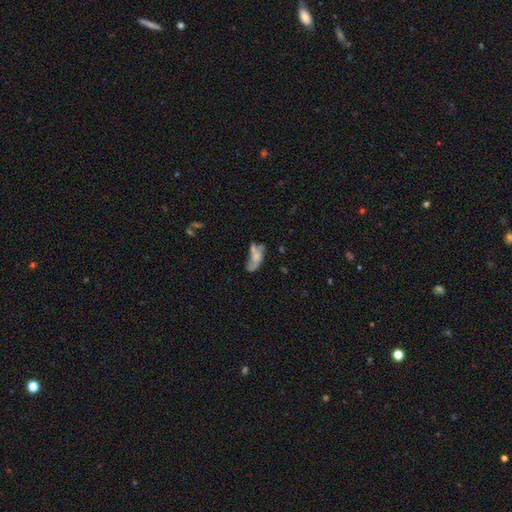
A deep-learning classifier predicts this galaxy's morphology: Smooth or featured: featured or disk — 47% (smooth — 42%)
Merging: major disturbance — 28% (tied with none — 28%)